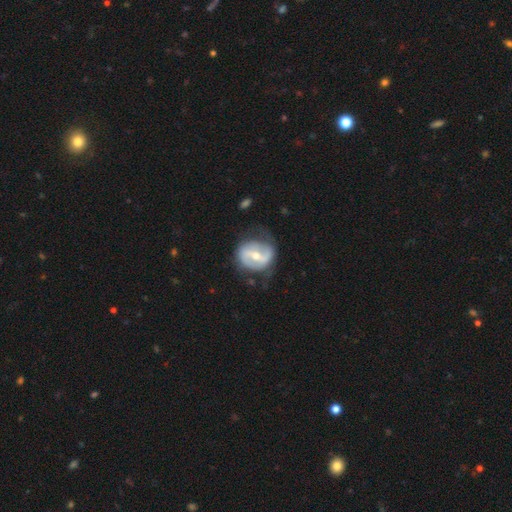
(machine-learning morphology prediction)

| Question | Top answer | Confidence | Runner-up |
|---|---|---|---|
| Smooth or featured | featured or disk | 74% | smooth (20%) |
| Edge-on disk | no | 97% | yes (3%) |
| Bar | strong | 45% | weak (38%) |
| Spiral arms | yes | 76% | no (24%) |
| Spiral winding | medium | 40% | loose (37%) |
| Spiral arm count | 2 | 79% | can't tell (12%) |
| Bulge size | moderate | 58% | small (38%) |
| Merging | none | 61% | minor disturbance (25%) |